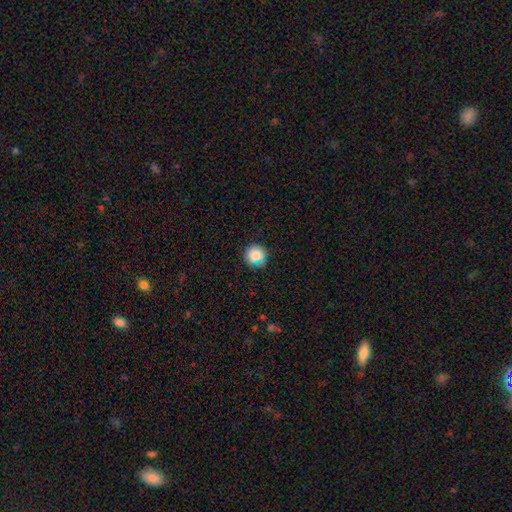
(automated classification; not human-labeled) smooth_or_featured: smooth (p=0.82) [alt: star or artifact p=0.12]
how_rounded: round (p=0.94) [alt: in between p=0.05]
merging: none (p=0.81) [alt: minor disturbance p=0.12]